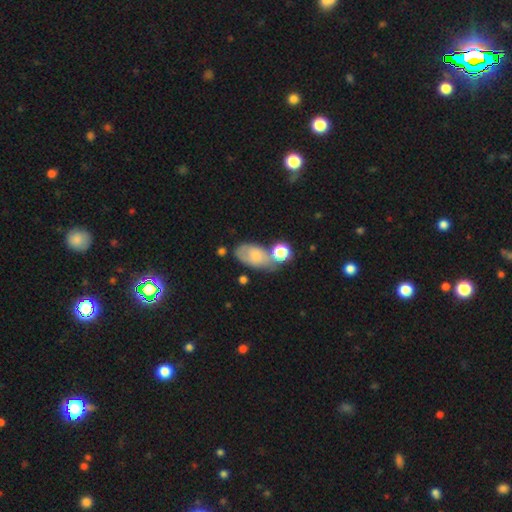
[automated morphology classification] smooth-or-featured: smooth: 68% | featured or disk: 22% | star or artifact: 9%
  how-rounded: in between: 89% | round: 9% | cigar-shaped: 2%
  merging: none: 46% | minor disturbance: 25% | merger: 18% | major disturbance: 11%